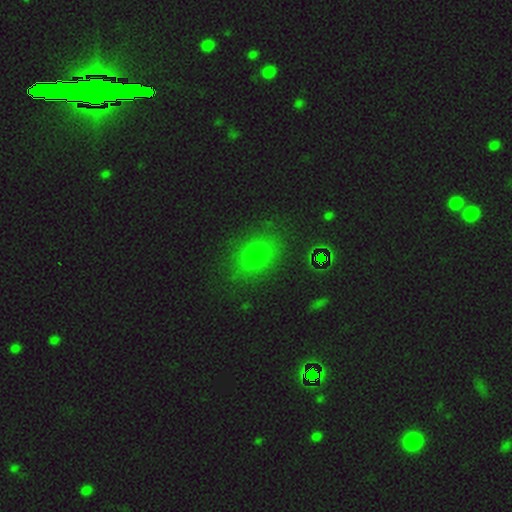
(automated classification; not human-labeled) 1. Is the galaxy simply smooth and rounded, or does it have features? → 72% smooth, 18% star or artifact, 10% featured or disk.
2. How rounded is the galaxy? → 61% in between, 37% round, 2% cigar-shaped.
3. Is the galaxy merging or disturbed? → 81% none, 12% minor disturbance, 4% major disturbance, 2% merger.